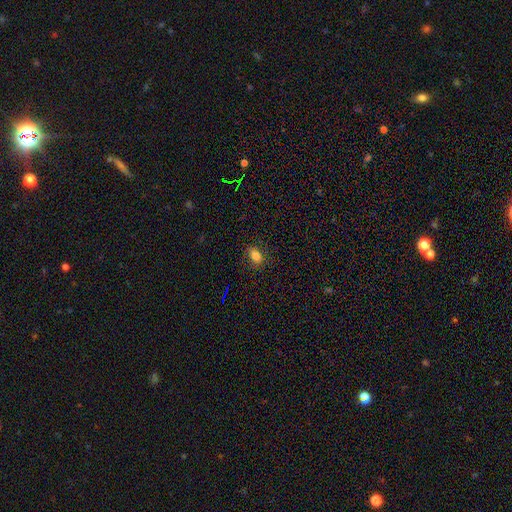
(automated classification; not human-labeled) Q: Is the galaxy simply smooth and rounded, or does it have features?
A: smooth — 80%.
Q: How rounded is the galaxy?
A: in between — 79%.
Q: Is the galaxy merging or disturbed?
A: none — 82%.